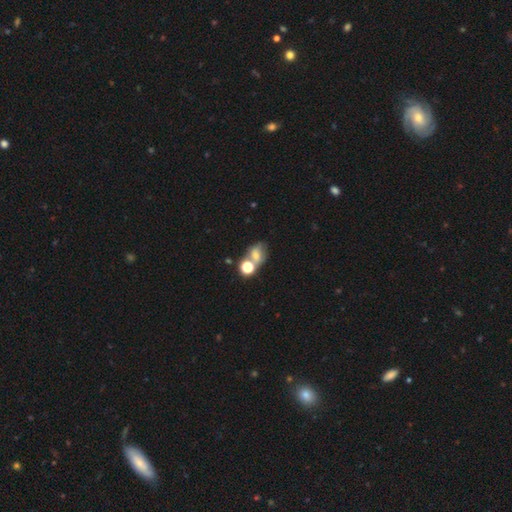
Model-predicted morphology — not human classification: smooth 57%, featured or disk 24%, star or artifact 20%. Down the decision tree: how rounded — in between (58%); merging — merger (40%).